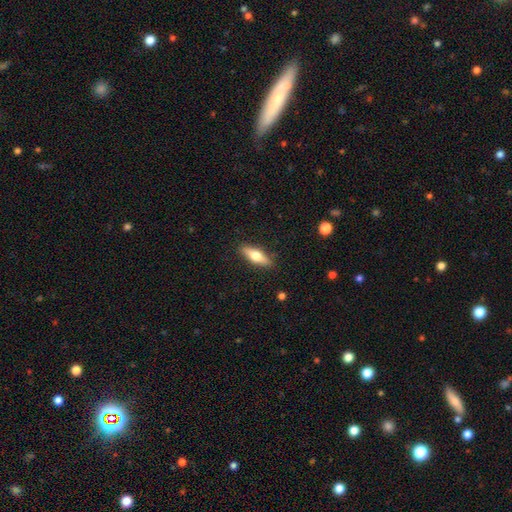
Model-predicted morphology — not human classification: A smooth galaxy with no disk features (56%) that is cigar-shaped (49%). Merging: none (88%).